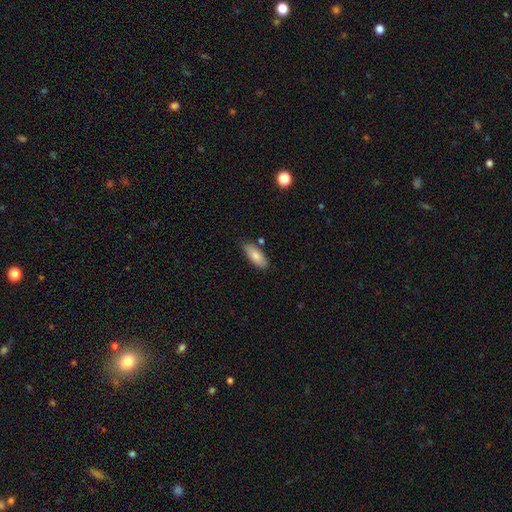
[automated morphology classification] A smooth galaxy with no disk features (83%) that is in between round and cigar-shaped (80%).

Vote fractions:
- Smooth or featured? smooth: 83% / featured or disk: 11% / star or artifact: 6%
- How rounded? in between: 80% / cigar-shaped: 18% / round: 2%
- Merging? none: 79% / minor disturbance: 14% / merger: 5% / major disturbance: 3%